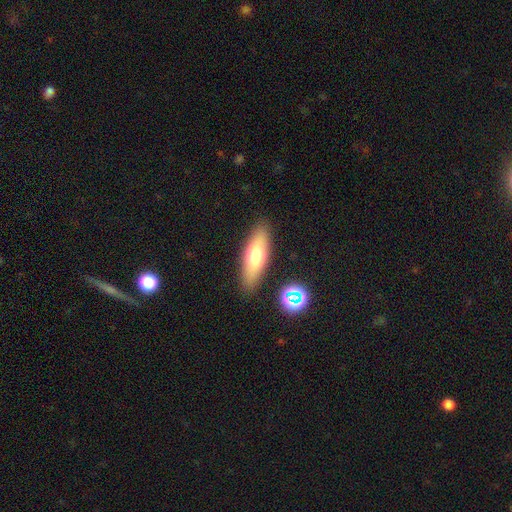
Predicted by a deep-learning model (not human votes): smooth 67%, featured or disk 25%, star or artifact 8%. Down the decision tree: how rounded — in between (59%); merging — none (85%).